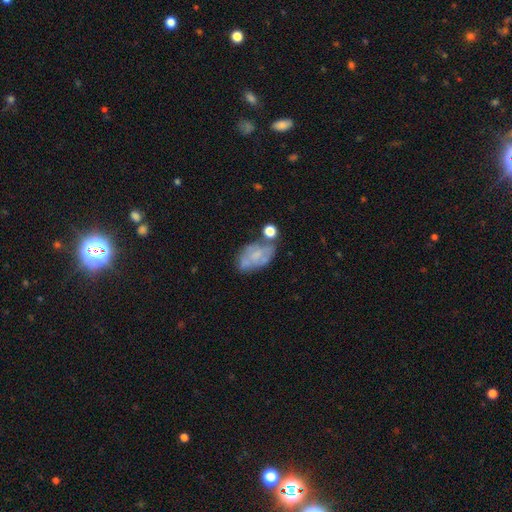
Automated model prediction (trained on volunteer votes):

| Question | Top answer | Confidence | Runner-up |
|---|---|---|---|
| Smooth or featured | featured or disk | 46% | smooth (44%) |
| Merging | none | 39% | minor disturbance (25%) |